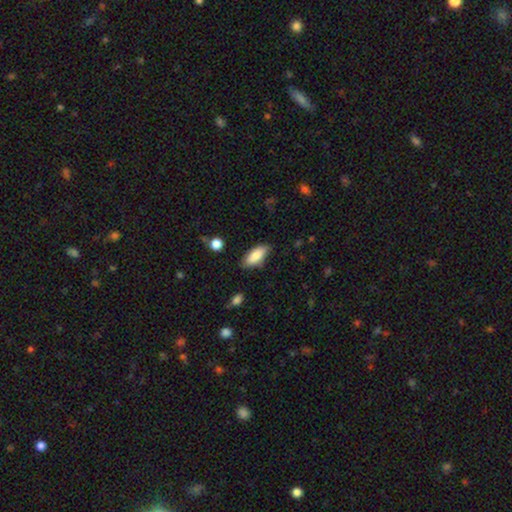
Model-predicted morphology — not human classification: smooth_or_featured: smooth (p=0.83) [alt: featured or disk p=0.10]
how_rounded: in between (p=0.83) [alt: cigar-shaped p=0.15]
merging: none (p=0.78) [alt: minor disturbance p=0.17]